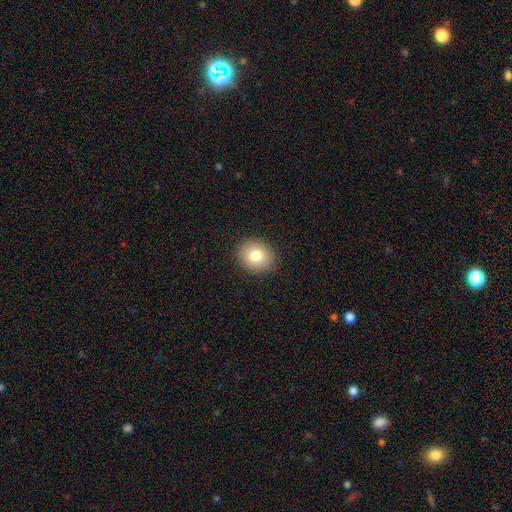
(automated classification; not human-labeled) Smooth or featured: smooth — 81% (featured or disk — 10%)
How rounded: round — 73% (in between — 26%)
Merging: none — 91% (minor disturbance — 6%)